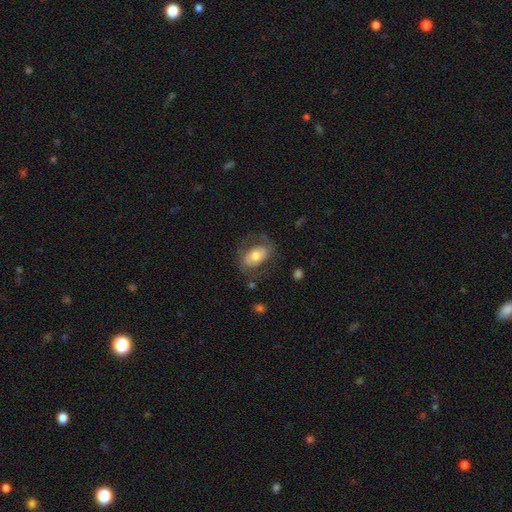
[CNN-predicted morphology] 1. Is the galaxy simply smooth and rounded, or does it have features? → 50% featured or disk, 44% smooth, 7% star or artifact.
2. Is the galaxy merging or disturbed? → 63% none, 18% minor disturbance, 17% major disturbance, 2% merger.